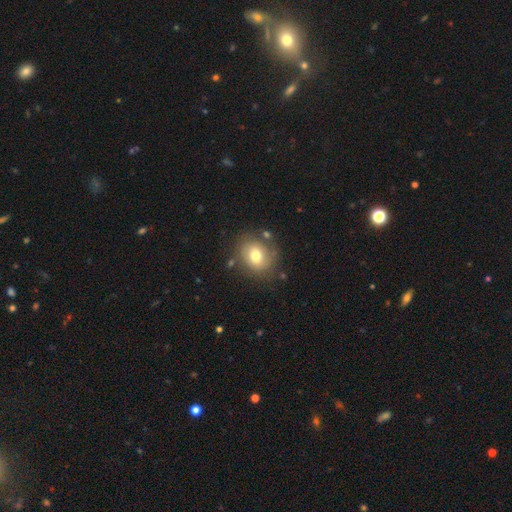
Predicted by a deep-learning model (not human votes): The model was most divided on "how rounded": round: 64%, in between: 35%, cigar-shaped: 1%. More confident: merging — none (76%); smooth or featured — smooth (73%).